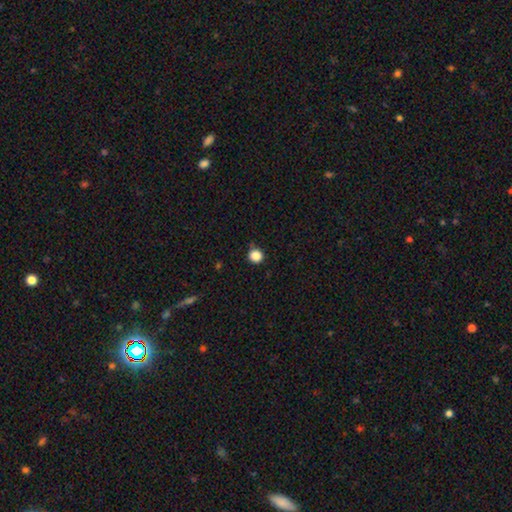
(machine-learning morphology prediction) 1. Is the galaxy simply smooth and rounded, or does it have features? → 86% smooth, 11% star or artifact, 3% featured or disk.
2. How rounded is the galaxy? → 91% round, 8% in between, 1% cigar-shaped.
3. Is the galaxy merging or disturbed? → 82% none, 13% minor disturbance, 3% major disturbance, 2% merger.